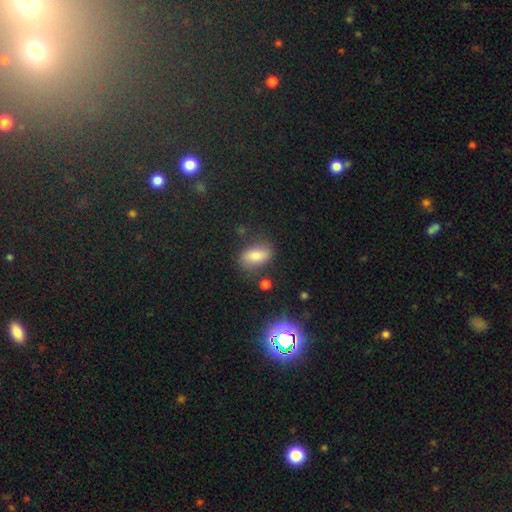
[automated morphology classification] A smooth galaxy with no disk features (80%) that is in between round and cigar-shaped (87%). Merging: none (71%).